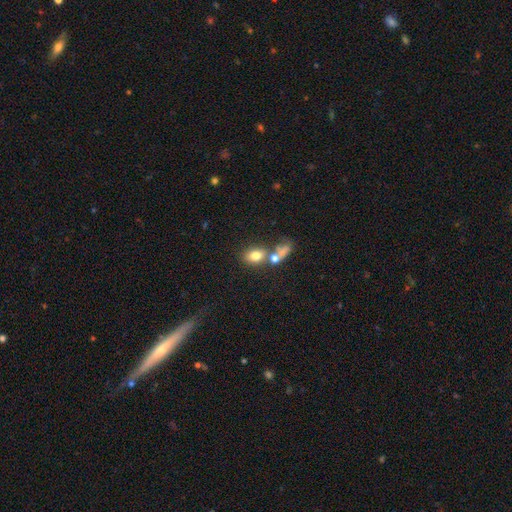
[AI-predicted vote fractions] This appears to be a smooth galaxy with no disk features (75%) that is in between round and cigar-shaped (68%). Merging: none (48%).